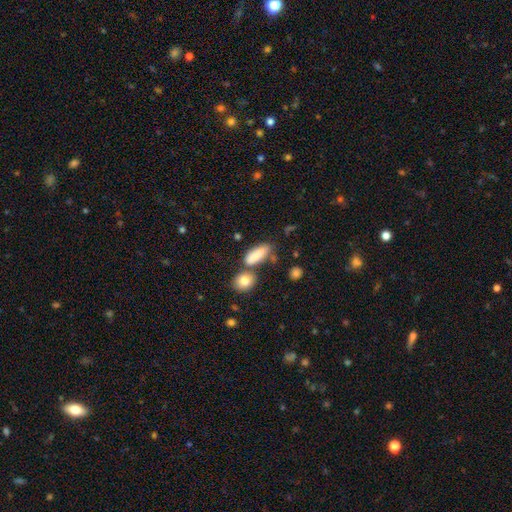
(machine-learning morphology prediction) Smooth or featured: smooth — 83% (featured or disk — 9%)
How rounded: in between — 71% (cigar-shaped — 23%)
Merging: none — 57% (merger — 18%)